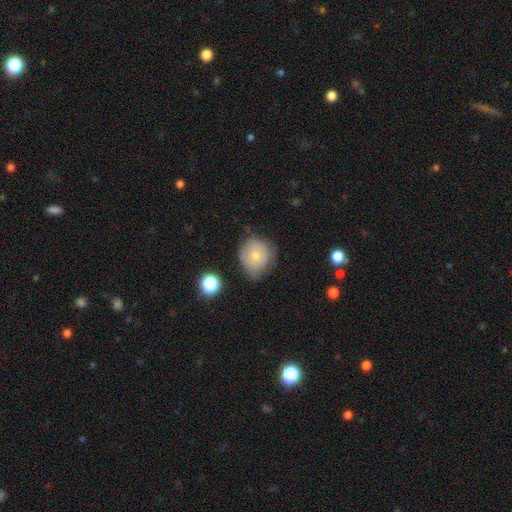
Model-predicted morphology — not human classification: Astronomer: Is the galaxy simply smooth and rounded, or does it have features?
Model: smooth — 70%.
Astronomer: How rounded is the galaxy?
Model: round — 78%.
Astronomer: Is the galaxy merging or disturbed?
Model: none — 58%.